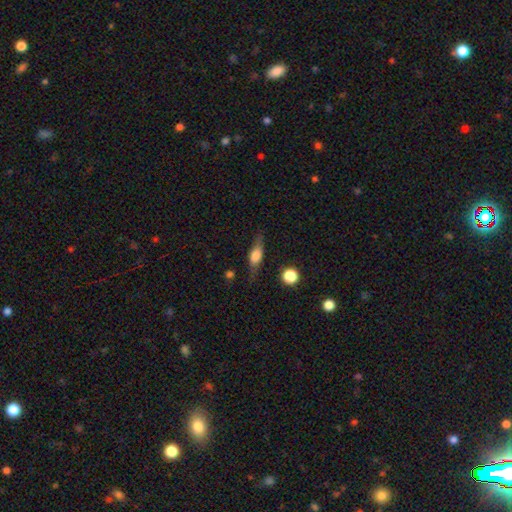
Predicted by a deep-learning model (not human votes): Q: Smooth or featured?
A: smooth (57%); runner-up: featured or disk (35%)
Q: How rounded?
A: in between (54%); runner-up: cigar-shaped (39%)
Q: Merging?
A: none (71%); runner-up: minor disturbance (19%)